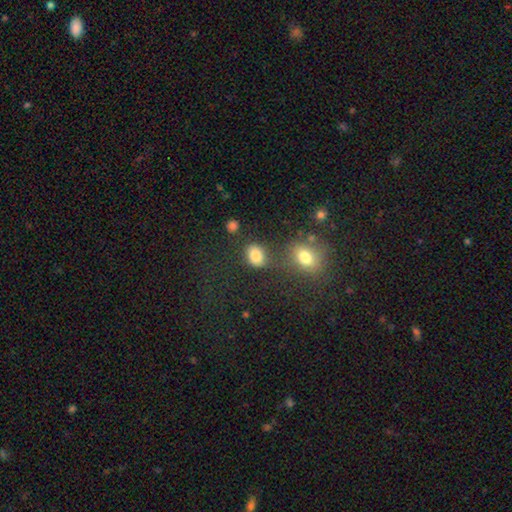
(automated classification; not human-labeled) Overall: smooth (82%). How rounded: in between (63%; round 36%). Merging: none (62%).